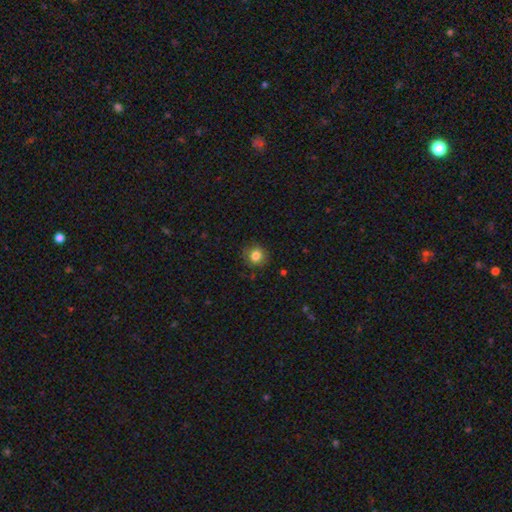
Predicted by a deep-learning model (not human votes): smooth_or_featured: smooth (p=0.82) [alt: star or artifact p=0.11]
how_rounded: round (p=0.85) [alt: in between p=0.15]
merging: none (p=0.83) [alt: minor disturbance p=0.13]